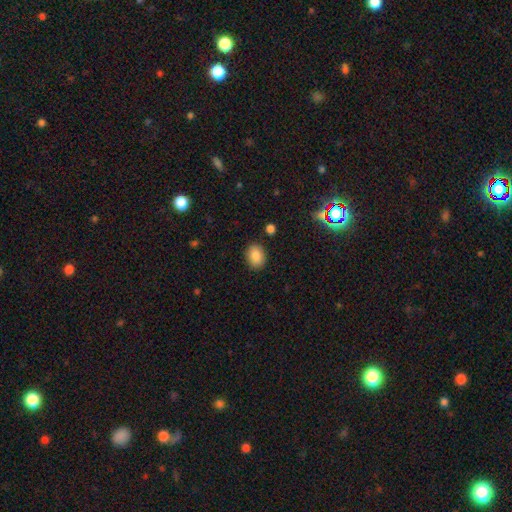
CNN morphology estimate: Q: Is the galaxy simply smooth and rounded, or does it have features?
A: smooth — 86%.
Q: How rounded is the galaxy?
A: in between — 73%.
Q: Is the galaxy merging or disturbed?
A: none — 87%.